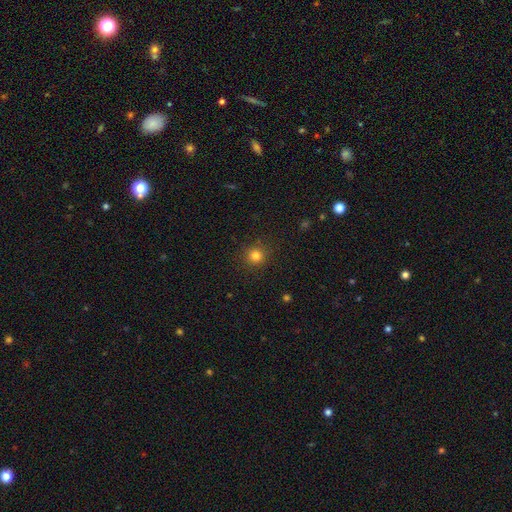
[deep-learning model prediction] This is clearly a smooth galaxy (80%). How rounded: clearly round (93%). Merging: clearly none (90%).